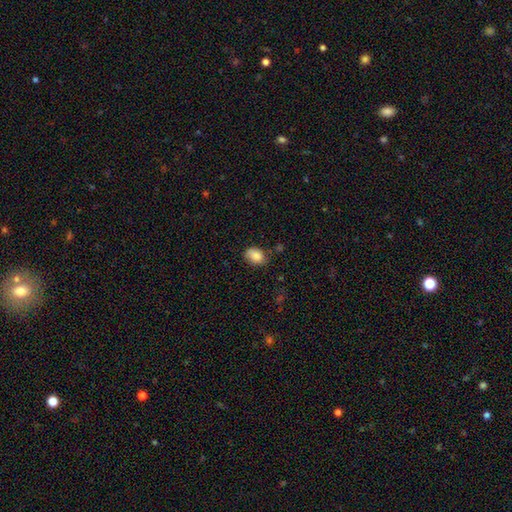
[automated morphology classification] smooth 87%, star or artifact 8%, featured or disk 5%. Down the decision tree: how rounded — in between (73%); merging — none (66%).